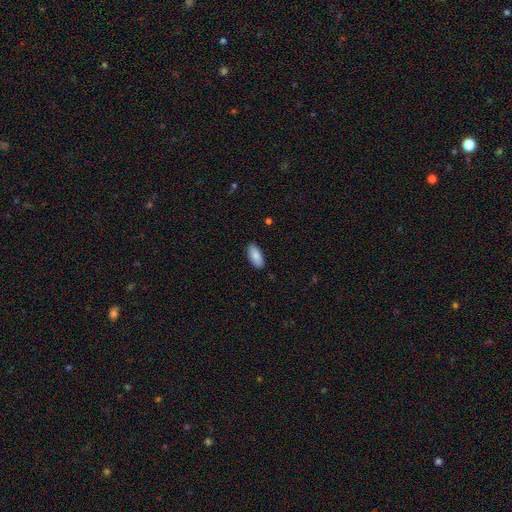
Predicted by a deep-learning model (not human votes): A smooth galaxy with no disk features (87%) that is in between round and cigar-shaped (90%).

Vote fractions:
- Smooth or featured? smooth: 87% / featured or disk: 7% / star or artifact: 6%
- How rounded? in between: 90% / cigar-shaped: 8% / round: 2%
- Merging? none: 88% / minor disturbance: 9% / major disturbance: 2% / merger: 1%